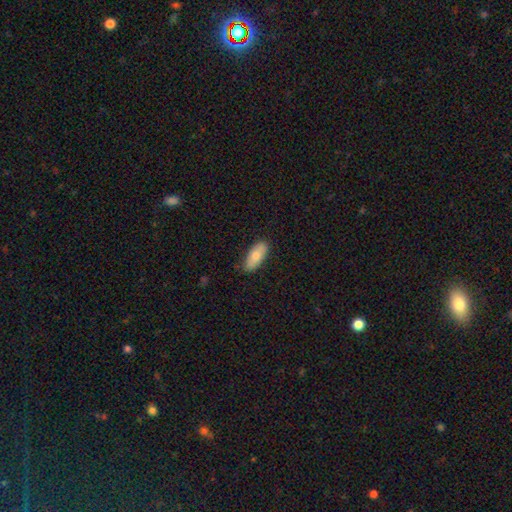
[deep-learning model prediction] Smooth or featured? Predicted: smooth (p=0.73). How rounded? Predicted: in between (p=0.79). Merging? Predicted: none (p=0.84).